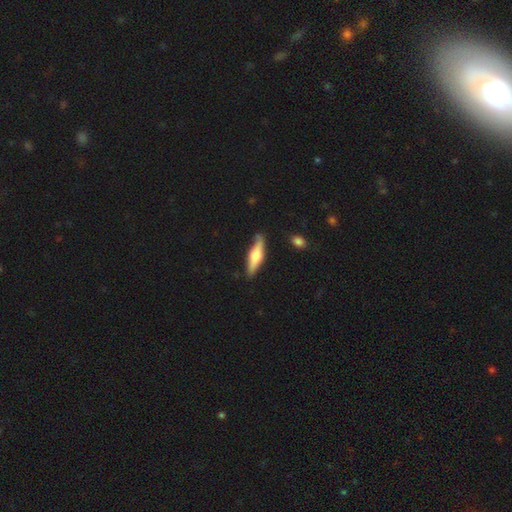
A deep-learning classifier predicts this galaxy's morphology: smooth_or_featured: featured or disk (p=0.54) [alt: smooth p=0.41]
disk_edge_on: yes (p=0.93) [alt: no p=0.07]
edge_on_bulge: rounded (p=0.89) [alt: boxy p=0.08]
merging: none (p=0.80) [alt: minor disturbance p=0.15]